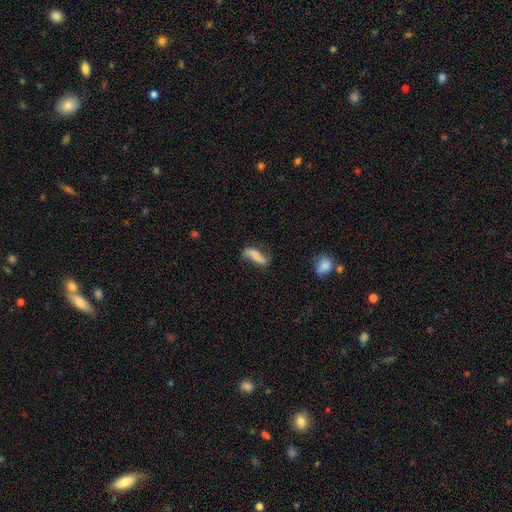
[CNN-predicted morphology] smooth_or_featured: featured or disk (p=0.50) [alt: smooth p=0.41]
disk_edge_on: no (p=0.86) [alt: yes p=0.14]
merging: none (p=0.60) [alt: minor disturbance p=0.25]